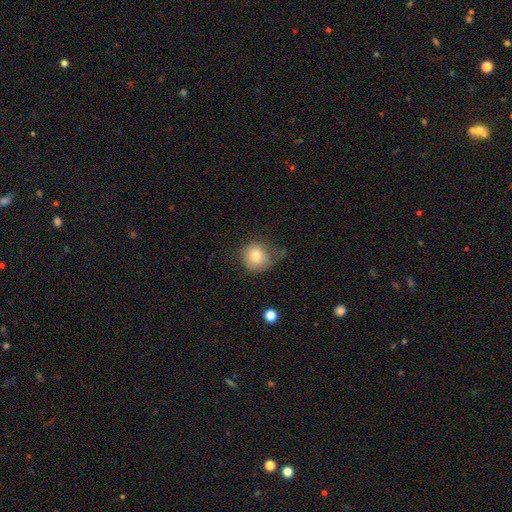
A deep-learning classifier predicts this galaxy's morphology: Overall: smooth (79%). How rounded: round (86%). Merging: none (56%; minor disturbance 29%).